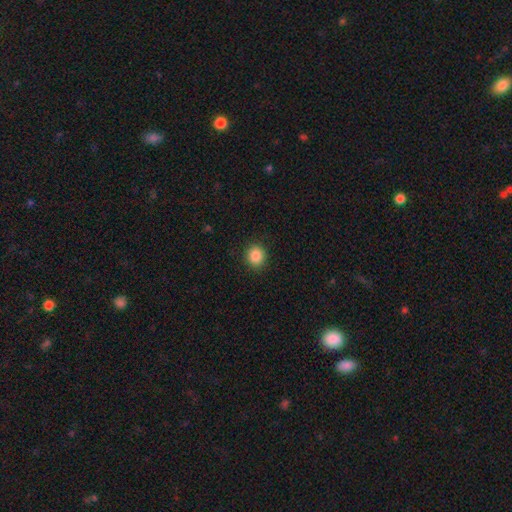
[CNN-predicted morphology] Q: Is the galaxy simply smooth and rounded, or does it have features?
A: smooth — 86%.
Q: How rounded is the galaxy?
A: round — 83%.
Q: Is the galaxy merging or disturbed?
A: none — 90%.